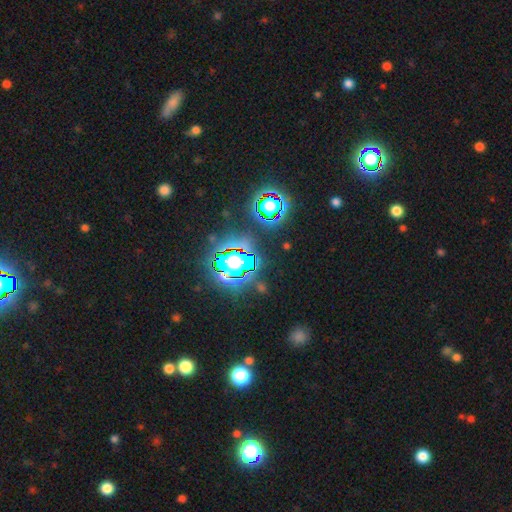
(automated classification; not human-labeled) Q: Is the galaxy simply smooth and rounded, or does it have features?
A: star or artifact — 84%.